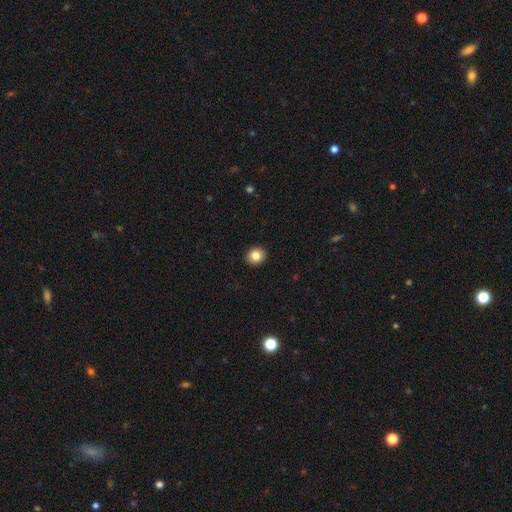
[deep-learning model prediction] A smooth galaxy with no disk features (84%) that is round (81%).

Vote fractions:
- Smooth or featured? smooth: 84% / star or artifact: 10% / featured or disk: 7%
- How rounded? round: 81% / in between: 18% / cigar-shaped: 1%
- Merging? none: 93% / minor disturbance: 5% / major disturbance: 1% / merger: 1%